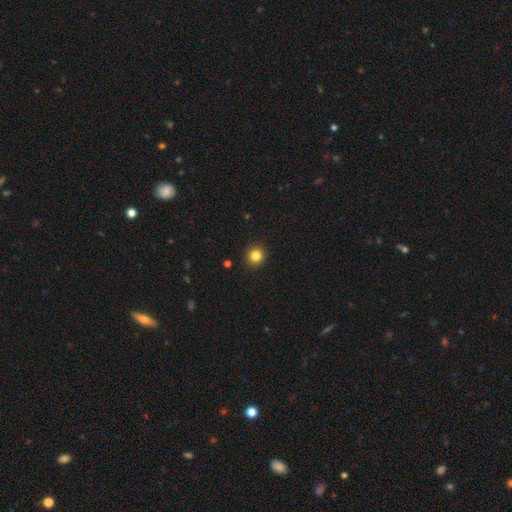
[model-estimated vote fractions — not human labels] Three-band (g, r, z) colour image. It shows a smooth galaxy with no disk features (83%) that is round (91%). Merging: none (92%).